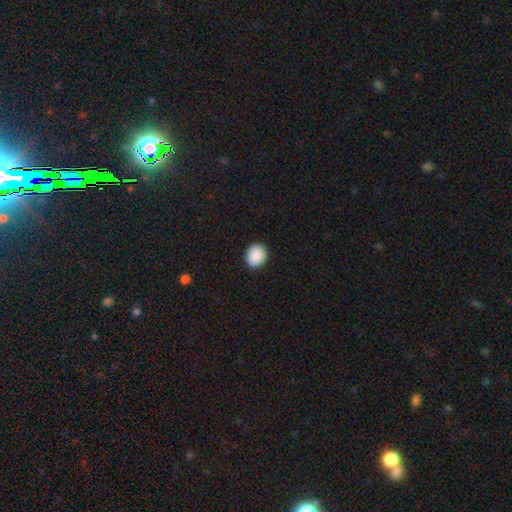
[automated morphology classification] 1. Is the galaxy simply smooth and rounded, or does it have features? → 90% smooth, 7% star or artifact, 2% featured or disk.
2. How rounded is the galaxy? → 57% round, 42% in between, 1% cigar-shaped.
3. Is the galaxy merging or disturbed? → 91% none, 7% minor disturbance, 2% major disturbance, 1% merger.